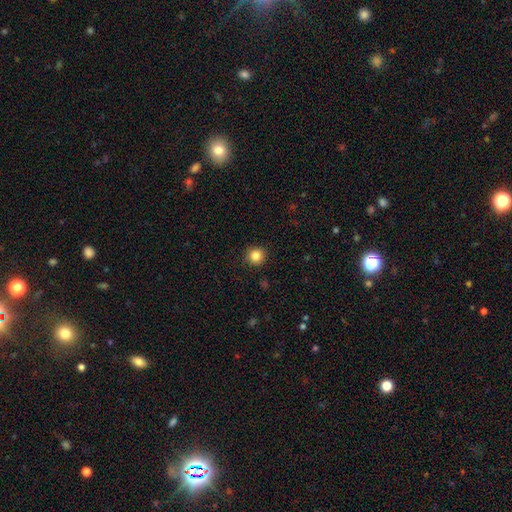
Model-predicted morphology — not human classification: Smooth or featured?
  - smooth: 84% *
  - star or artifact: 11%
  - featured or disk: 5%
How rounded?
  - round: 93% *
  - in between: 6%
  - cigar-shaped: 1%
Merging?
  - none: 91% *
  - minor disturbance: 6%
  - major disturbance: 2%
  - merger: 1%